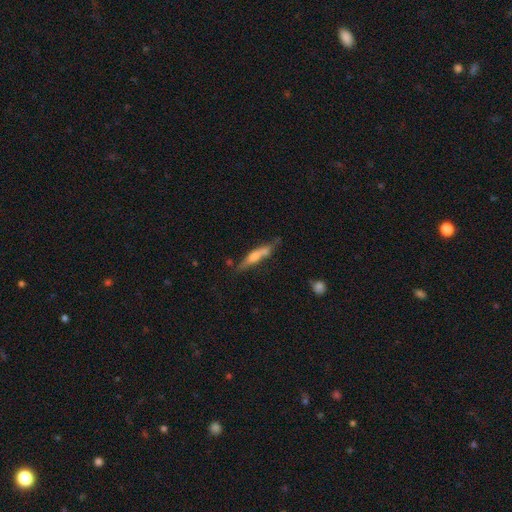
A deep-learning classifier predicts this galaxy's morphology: smooth 53%, featured or disk 40%, star or artifact 7%. Down the decision tree: how rounded — cigar-shaped (83%); merging — none (56%).